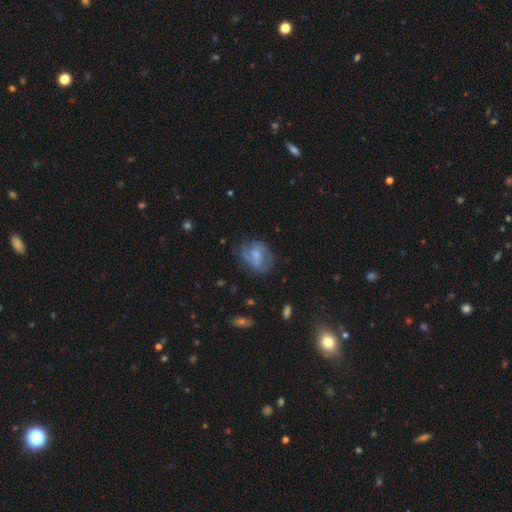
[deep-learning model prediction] Smooth or featured? featured or disk (48%)
Merging? none (55%)